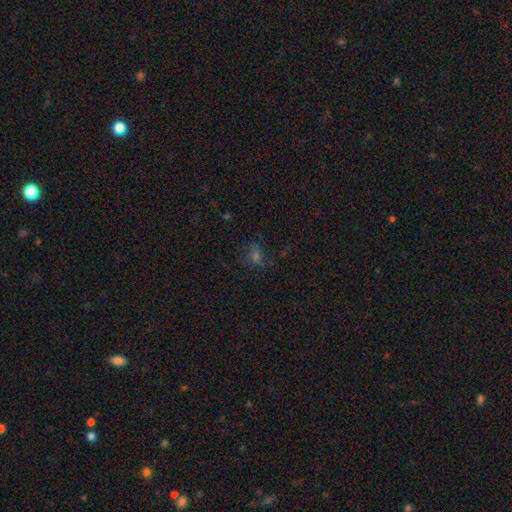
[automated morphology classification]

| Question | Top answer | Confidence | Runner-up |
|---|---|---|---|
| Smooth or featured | star or artifact | 41% | smooth (38%) |